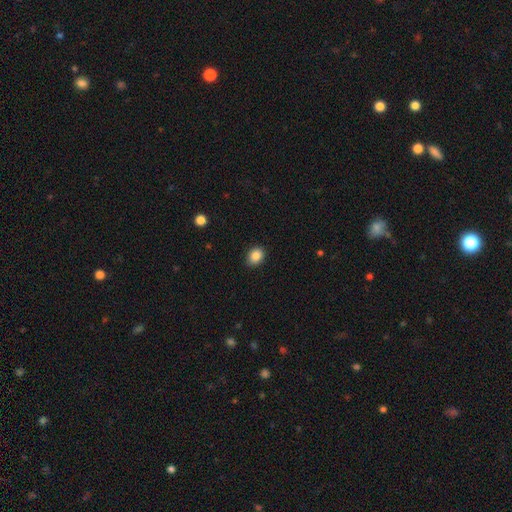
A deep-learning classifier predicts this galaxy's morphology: This appears to be a smooth galaxy with no disk features (87%) that is in between round and cigar-shaped (58%). Merging: none (88%).